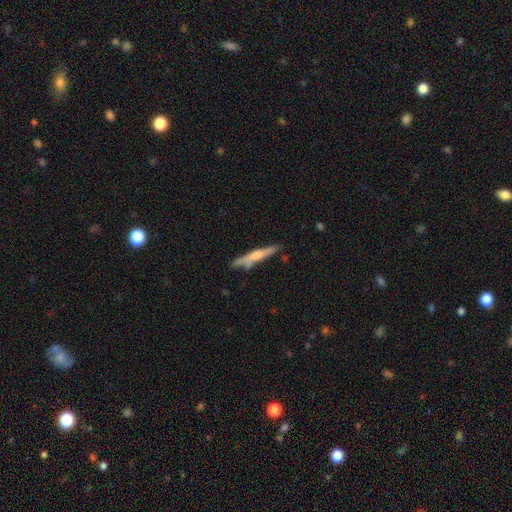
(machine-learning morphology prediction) featured or disk 48%, smooth 46%, star or artifact 6%. Down the decision tree: merging — none (71%).